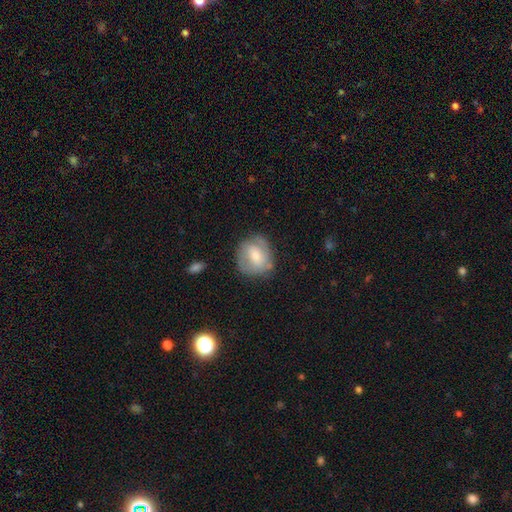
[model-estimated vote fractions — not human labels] This appears to be a featured or disk galaxy (47%). Merging: none (67%).